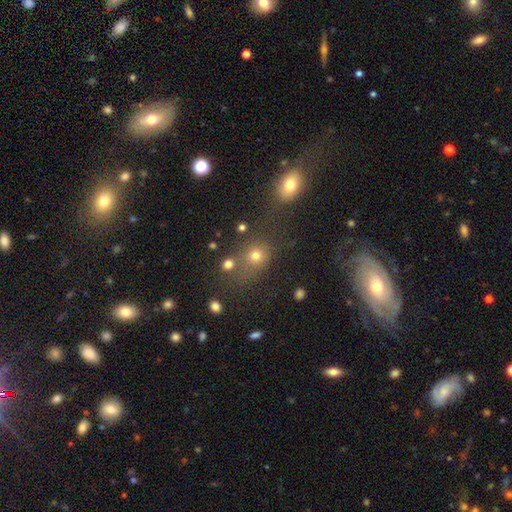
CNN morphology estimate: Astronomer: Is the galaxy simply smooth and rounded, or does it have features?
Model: smooth — 71%.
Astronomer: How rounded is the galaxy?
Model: round — 71%.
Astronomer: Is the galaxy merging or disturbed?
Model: none — 58%.